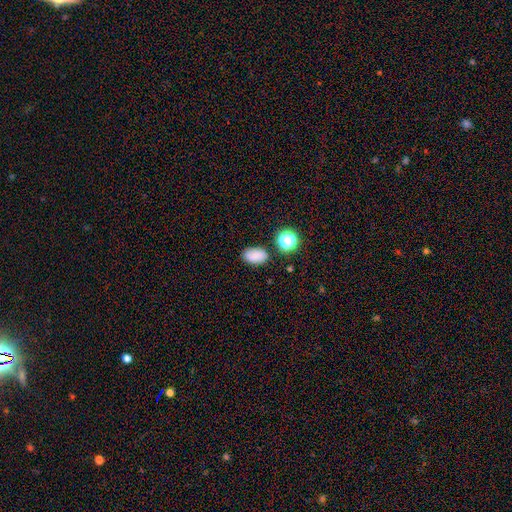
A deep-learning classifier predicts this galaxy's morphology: smooth-or-featured: smooth: 79% | star or artifact: 12% | featured or disk: 8%
  how-rounded: in between: 87% | round: 12% | cigar-shaped: 1%
  merging: none: 82% | minor disturbance: 12% | merger: 3% | major disturbance: 3%